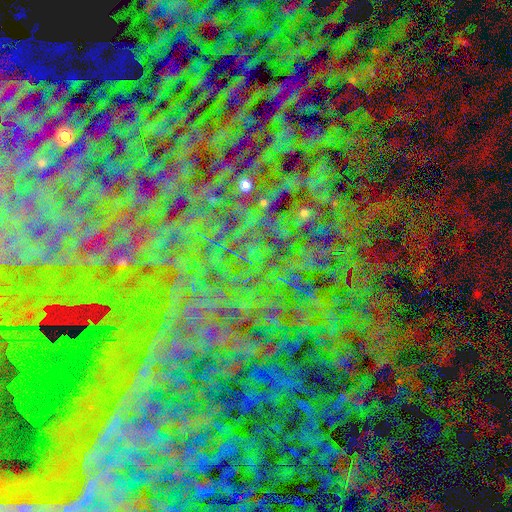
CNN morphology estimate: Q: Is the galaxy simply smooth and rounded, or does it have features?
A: star or artifact — 82%.